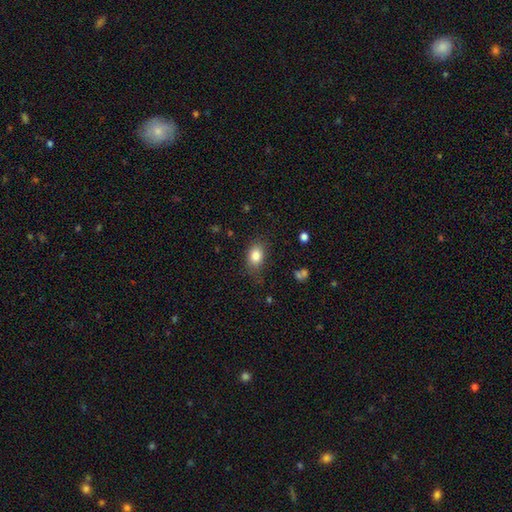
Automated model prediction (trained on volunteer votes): Smooth or featured?
  - smooth: 84% *
  - star or artifact: 9%
  - featured or disk: 7%
How rounded?
  - in between: 76% *
  - round: 22%
  - cigar-shaped: 1%
Merging?
  - none: 76% *
  - minor disturbance: 18%
  - major disturbance: 5%
  - merger: 2%